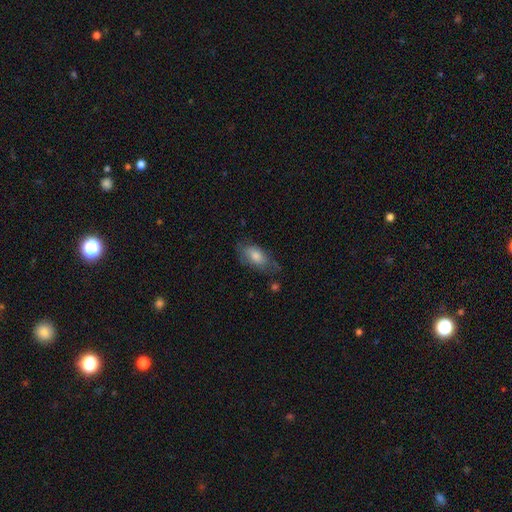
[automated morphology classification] Smooth or featured?
  - smooth: 67% *
  - featured or disk: 25%
  - star or artifact: 8%
How rounded?
  - in between: 87% *
  - cigar-shaped: 8%
  - round: 5%
Merging?
  - none: 60% *
  - minor disturbance: 27%
  - major disturbance: 11%
  - merger: 3%